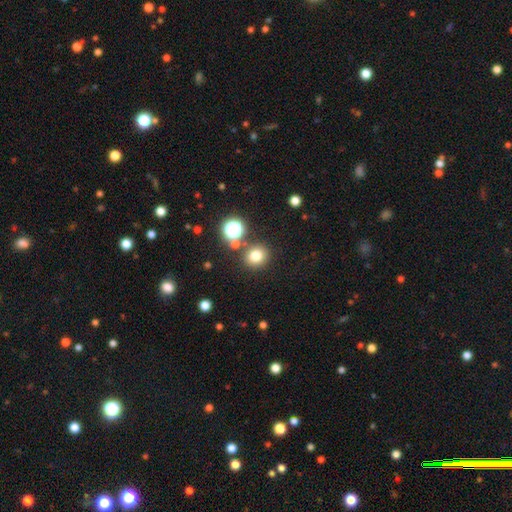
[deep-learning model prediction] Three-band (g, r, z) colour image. It shows a smooth galaxy with no disk features (76%) that is round (85%). Merging: none (81%).